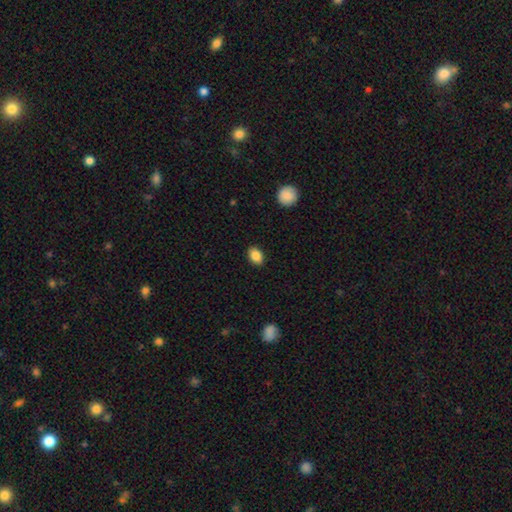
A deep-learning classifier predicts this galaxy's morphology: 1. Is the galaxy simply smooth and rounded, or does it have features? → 87% smooth, 8% star or artifact, 4% featured or disk.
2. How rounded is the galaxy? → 79% in between, 20% round, 1% cigar-shaped.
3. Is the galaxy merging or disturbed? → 88% none, 9% minor disturbance, 2% major disturbance, 1% merger.